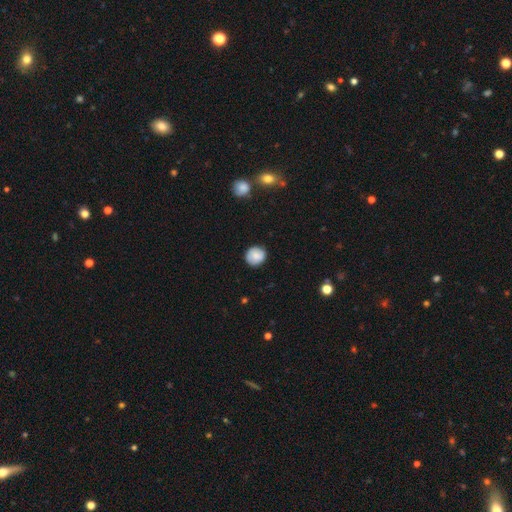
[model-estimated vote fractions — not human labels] Smooth or featured? smooth (80%)
How rounded? round (91%)
Merging? none (87%)